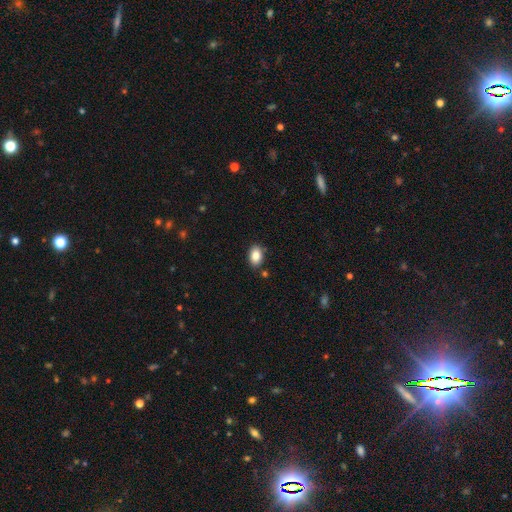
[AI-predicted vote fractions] smooth_or_featured: smooth (p=0.86) [alt: star or artifact p=0.08]
how_rounded: in between (p=0.83) [alt: round p=0.16]
merging: none (p=0.83) [alt: minor disturbance p=0.11]